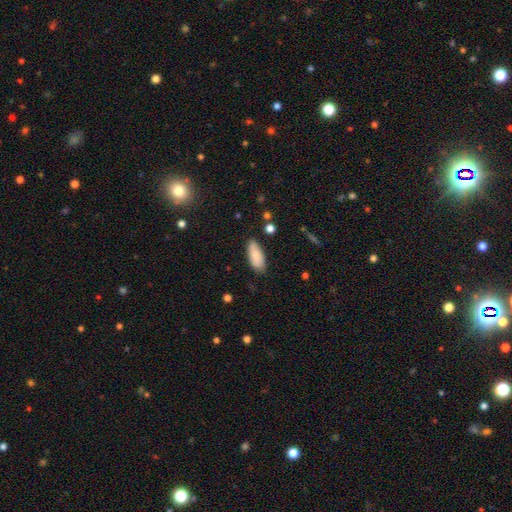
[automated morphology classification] This is clearly a smooth galaxy (87%). How rounded: clearly in between (82%). Merging: clearly none (80%).